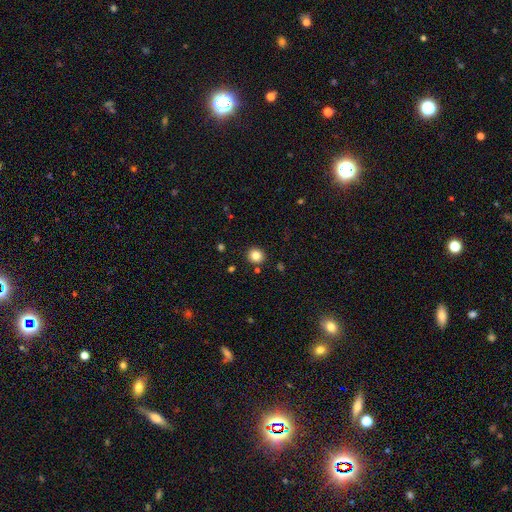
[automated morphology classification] Smooth or featured: smooth — 83% (star or artifact — 11%)
How rounded: round — 88% (in between — 11%)
Merging: none — 90% (minor disturbance — 6%)